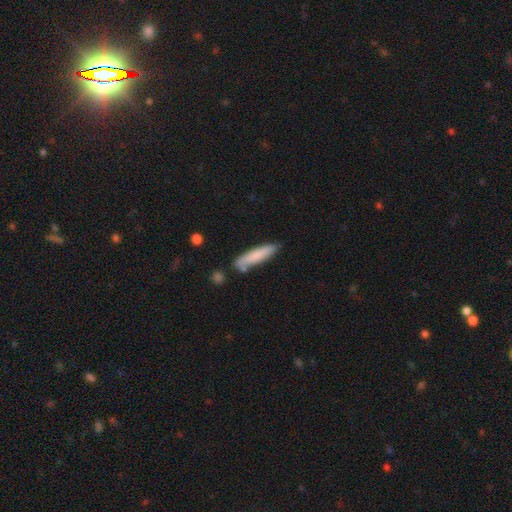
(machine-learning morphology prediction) This is likely a smooth galaxy (78%). How rounded: clearly cigar-shaped (83%). Merging: likely none (74%).